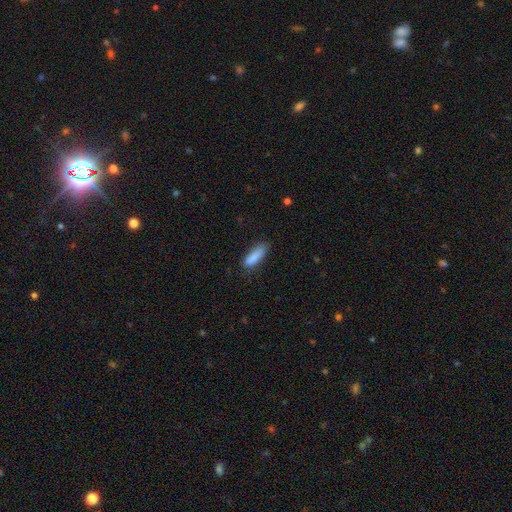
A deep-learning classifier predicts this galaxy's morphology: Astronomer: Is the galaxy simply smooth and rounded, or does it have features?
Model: smooth — 86%.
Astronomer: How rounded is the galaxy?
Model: cigar-shaped — 63%.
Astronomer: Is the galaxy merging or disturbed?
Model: none — 76%.